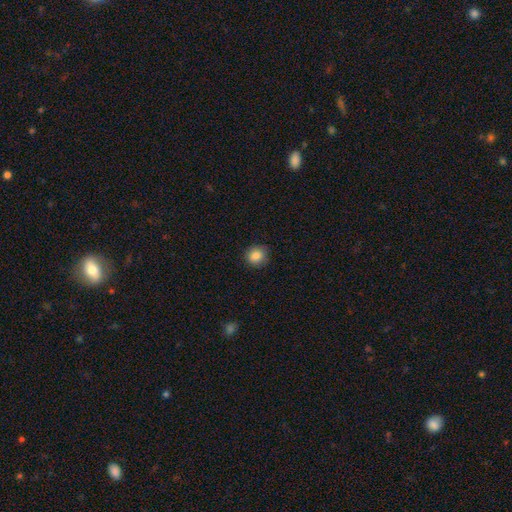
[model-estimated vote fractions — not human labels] The model was most divided on "merging": none: 86%, minor disturbance: 11%, major disturbance: 2%, merger: 1%. More confident: how rounded — round (89%); smooth or featured — smooth (86%).